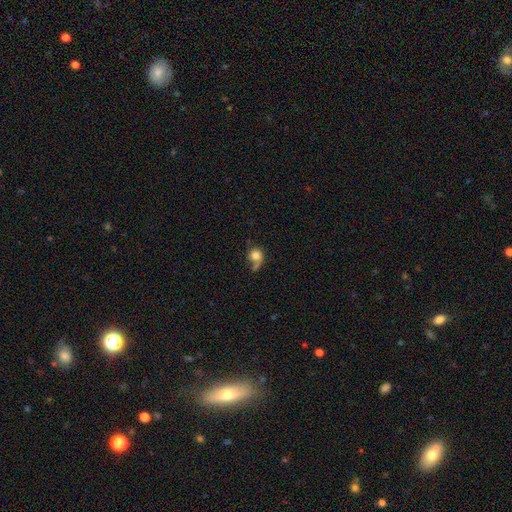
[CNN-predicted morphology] Smooth or featured? smooth (71%)
How rounded? round (80%)
Merging? none (39%)